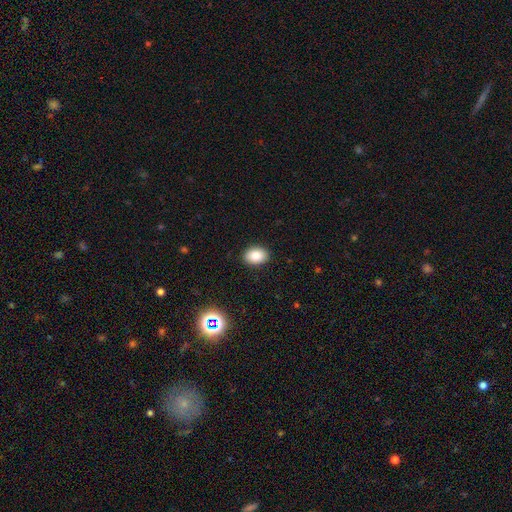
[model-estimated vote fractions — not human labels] This appears to be a smooth galaxy with no disk features (84%) that is in between round and cigar-shaped (76%). Merging: none (90%).